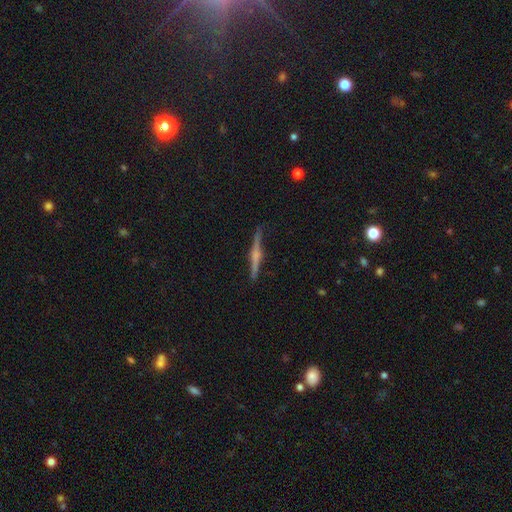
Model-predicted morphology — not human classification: Smooth or featured? featured or disk (78%)
Edge-on disk? yes (98%)
Edge-on bulge? rounded (79%)
Merging? none (89%)